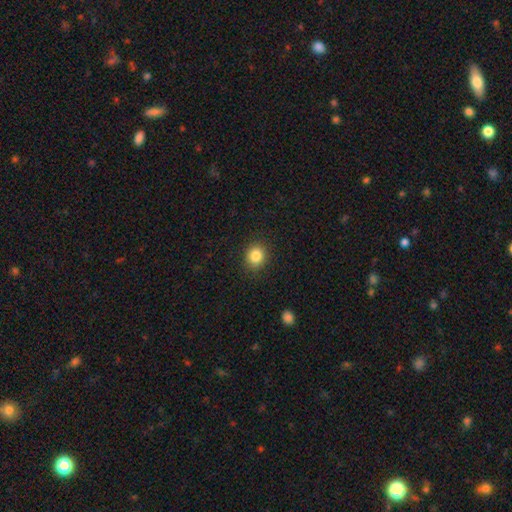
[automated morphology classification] Smooth or featured: smooth — 85% (star or artifact — 10%)
How rounded: round — 76% (in between — 23%)
Merging: none — 90% (minor disturbance — 7%)